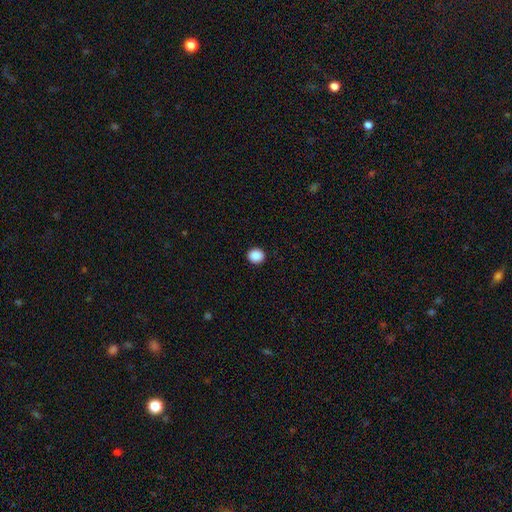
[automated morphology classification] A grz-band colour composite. It shows a smooth galaxy with no disk features (89%) that is round (82%). Merging: none (92%).